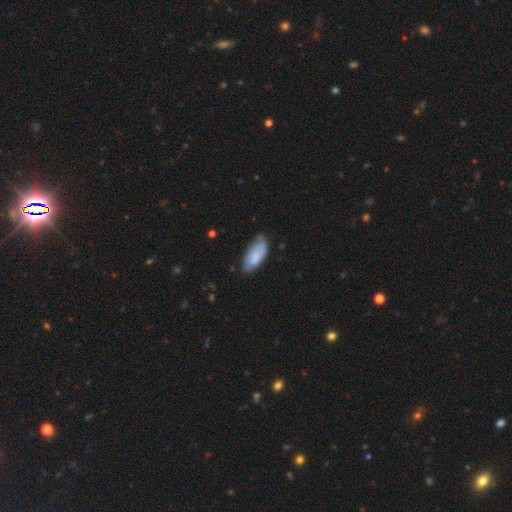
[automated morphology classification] This appears to be a smooth galaxy with no disk features (73%) that is in between round and cigar-shaped (88%). Merging: none (59%).